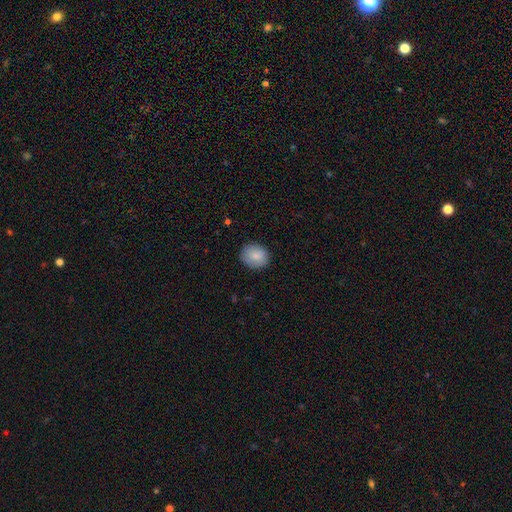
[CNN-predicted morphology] Smooth or featured? Predicted: smooth (p=0.84). How rounded? Predicted: round (p=0.63). Merging? Predicted: none (p=0.84).